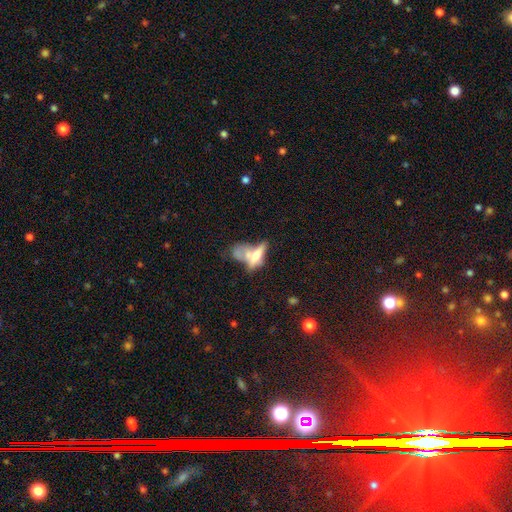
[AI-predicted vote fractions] Overall: smooth (49%; featured or disk 41%). Merging: merger (48%; none 23%).